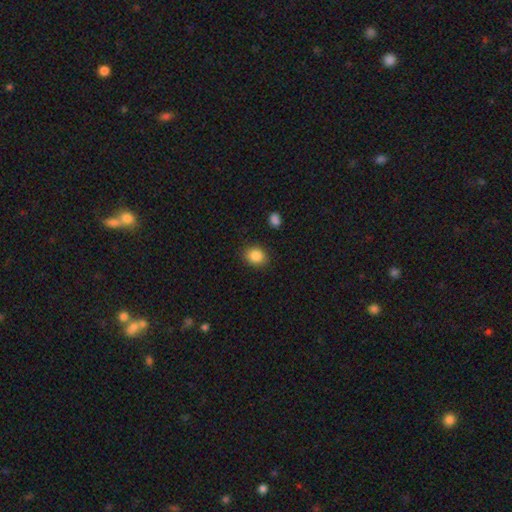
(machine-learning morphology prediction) This is clearly a smooth galaxy (87%). How rounded: possibly round (53%). Merging: clearly none (87%).